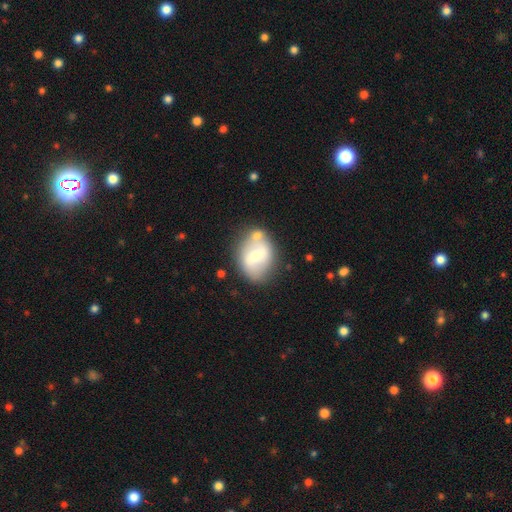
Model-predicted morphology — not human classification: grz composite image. It shows a featured or disk galaxy (47%). Merging: none (60%).